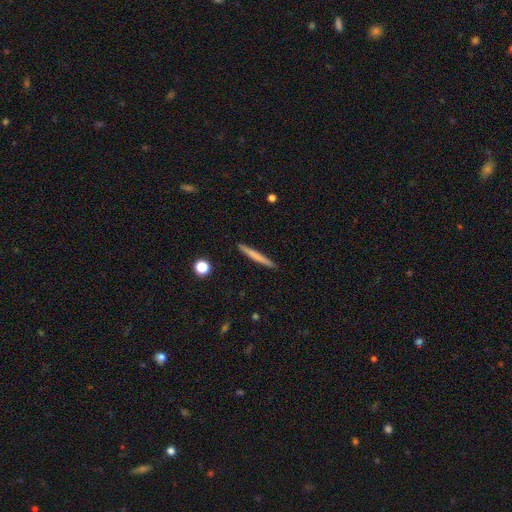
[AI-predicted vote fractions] This is likely a smooth galaxy (67%). How rounded: clearly cigar-shaped (97%). Merging: clearly none (91%).